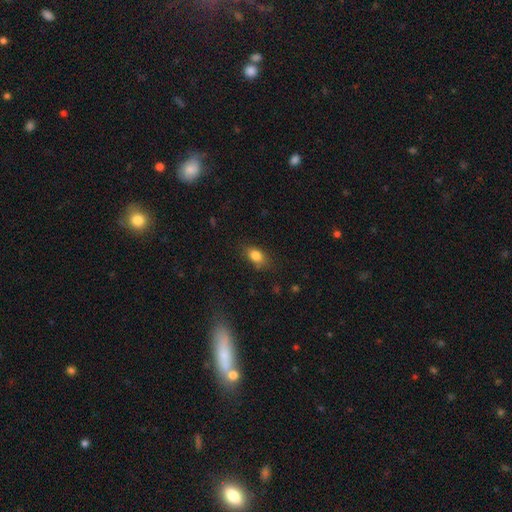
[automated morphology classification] smooth-or-featured: smooth: 82% | star or artifact: 9% | featured or disk: 8%
  how-rounded: in between: 79% | round: 16% | cigar-shaped: 4%
  merging: none: 78% | minor disturbance: 16% | major disturbance: 4% | merger: 2%